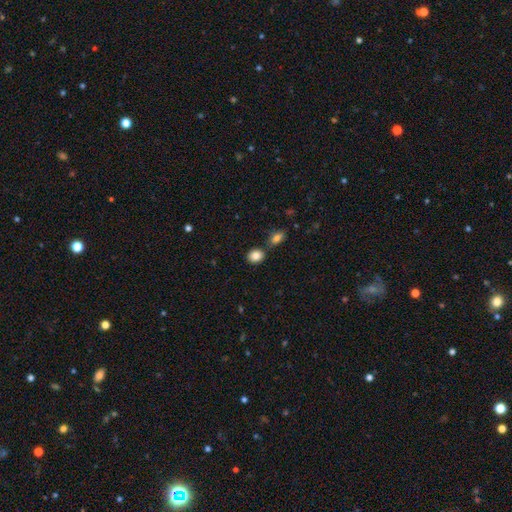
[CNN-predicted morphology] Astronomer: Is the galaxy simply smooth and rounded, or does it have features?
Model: smooth — 86%.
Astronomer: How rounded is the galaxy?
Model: round — 54% (runner-up: in between, 45%).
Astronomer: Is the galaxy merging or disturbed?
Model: none — 72%.